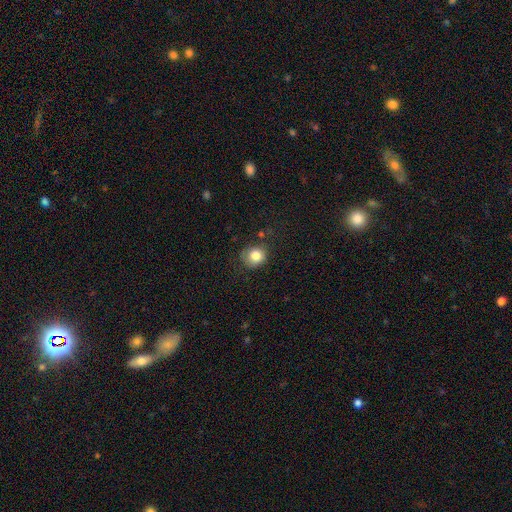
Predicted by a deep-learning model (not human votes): Smooth or featured? smooth (83%)
How rounded? round (78%)
Merging? none (71%)